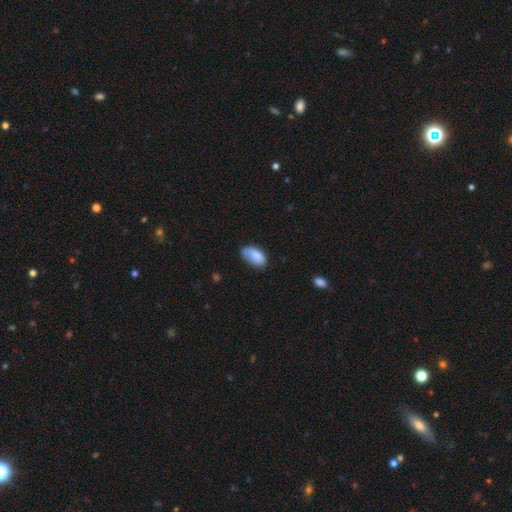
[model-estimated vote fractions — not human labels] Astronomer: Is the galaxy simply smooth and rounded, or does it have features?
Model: smooth — 85%.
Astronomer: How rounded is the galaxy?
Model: in between — 94%.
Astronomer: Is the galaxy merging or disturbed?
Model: none — 59%.